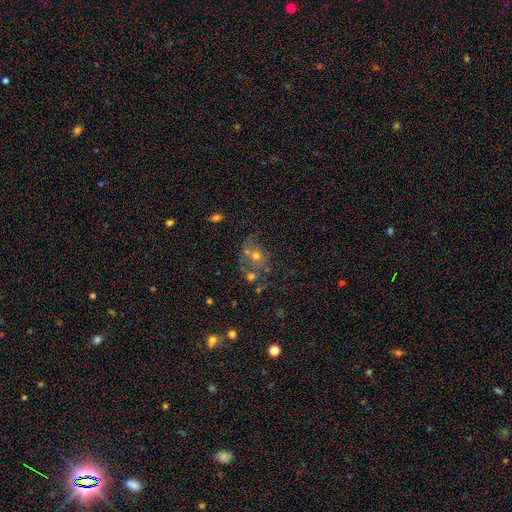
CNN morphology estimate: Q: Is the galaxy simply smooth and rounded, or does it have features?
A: featured or disk — 39%.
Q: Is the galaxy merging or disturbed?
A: none — 38%.